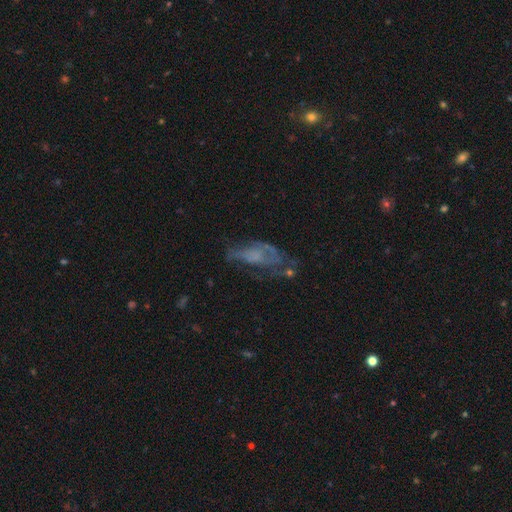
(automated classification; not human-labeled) Morphology: type=featured or disk (54%); edge-on=no (89%); merging=major disturbance (36%).